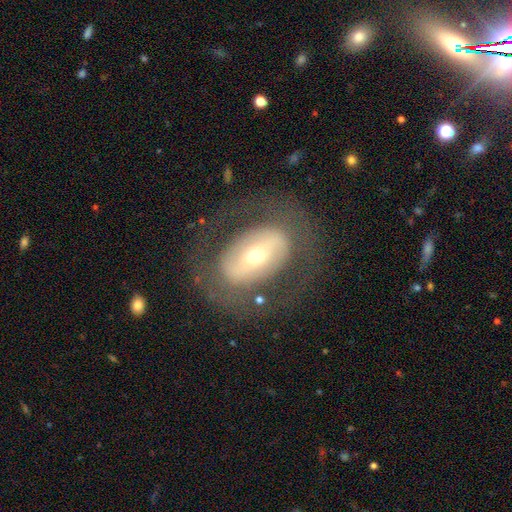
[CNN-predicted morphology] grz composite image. It shows a featured or disk galaxy (64%) with a strong bar (40%), no spiral arms (67%) and a small central bulge (46%). Merging: none (73%).